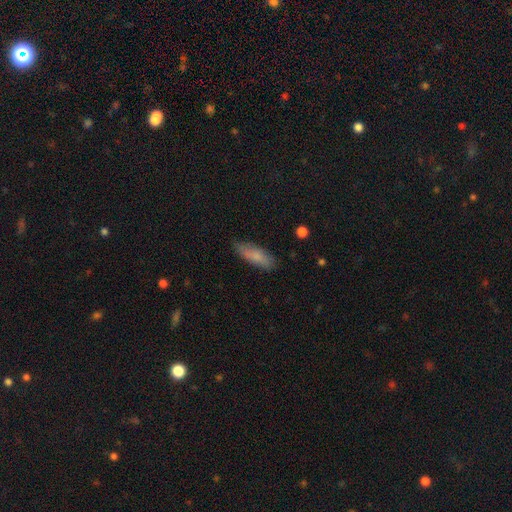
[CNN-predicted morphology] Smooth or featured? smooth (78%)
How rounded? in between (56%)
Merging? none (78%)